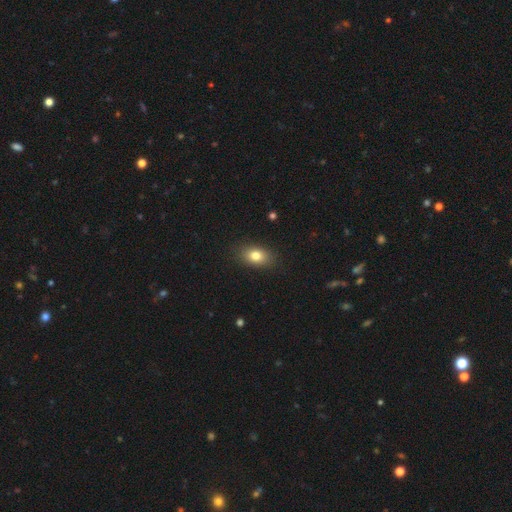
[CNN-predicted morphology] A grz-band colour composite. It shows a smooth galaxy with no disk features (80%) that is in between round and cigar-shaped (82%). Merging: none (87%).